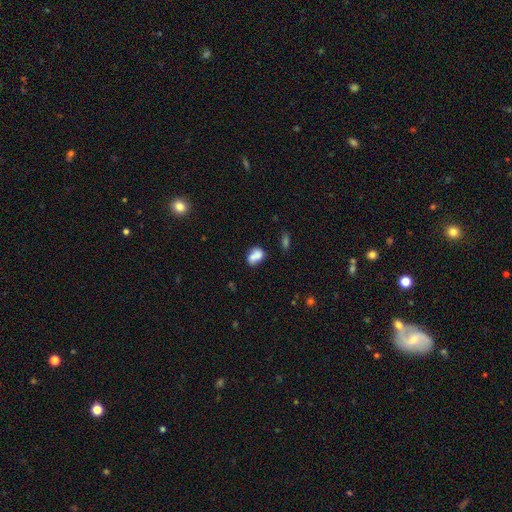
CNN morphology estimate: A smooth galaxy with no disk features (75%) that is in between round and cigar-shaped (71%).

Vote fractions:
- Smooth or featured? smooth: 75% / featured or disk: 15% / star or artifact: 9%
- How rounded? in between: 71% / round: 27% / cigar-shaped: 2%
- Merging? merger: 42% / none: 36% / minor disturbance: 16% / major disturbance: 6%